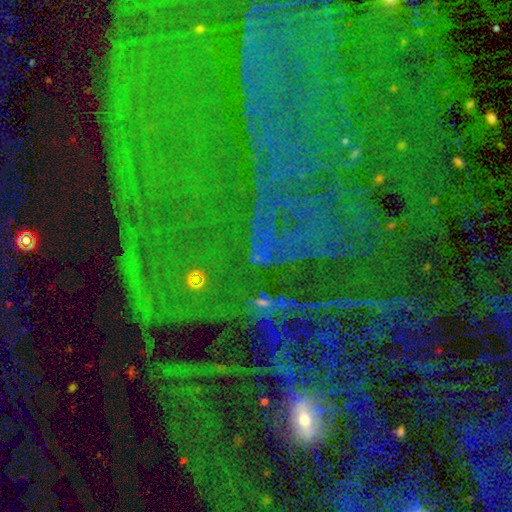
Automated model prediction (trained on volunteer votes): This is clearly a star or artifact rather than a galaxy (83%).